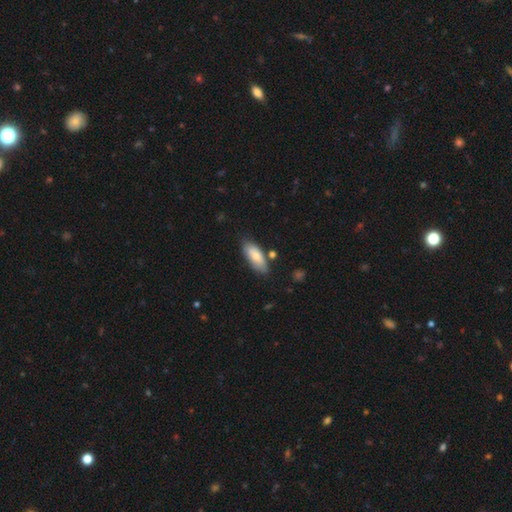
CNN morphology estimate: type=smooth (76%); roundness=in between (79%); merging=none (75%).